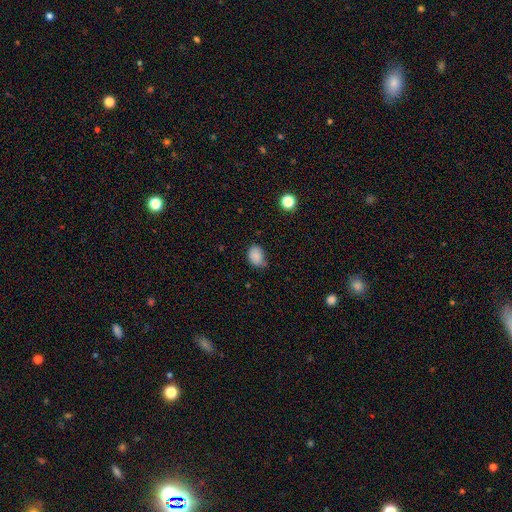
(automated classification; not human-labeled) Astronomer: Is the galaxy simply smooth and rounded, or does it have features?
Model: smooth — 86%.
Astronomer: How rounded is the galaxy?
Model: in between — 65%.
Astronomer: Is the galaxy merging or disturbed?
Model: none — 54% (runner-up: minor disturbance, 37%).